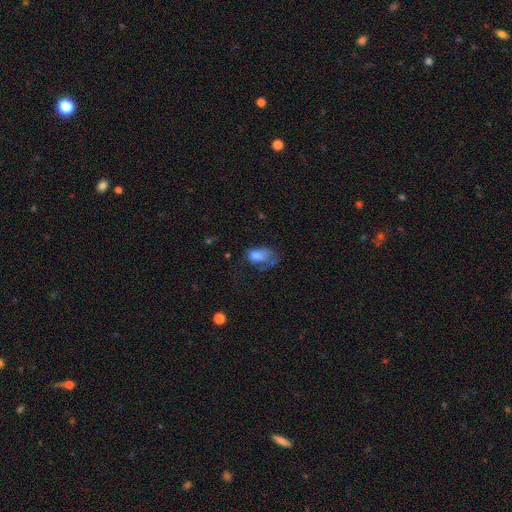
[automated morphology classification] Smooth or featured?
  - smooth: 68% *
  - featured or disk: 21%
  - star or artifact: 10%
How rounded?
  - in between: 80% *
  - round: 18%
  - cigar-shaped: 2%
Merging?
  - major disturbance: 46% *
  - minor disturbance: 25%
  - none: 23%
  - merger: 6%